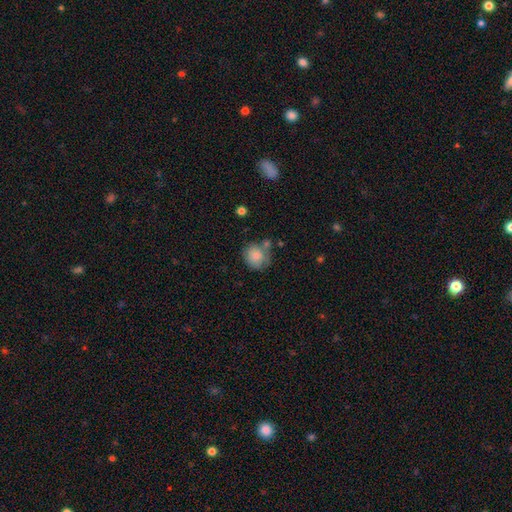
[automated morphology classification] The model was most divided on "merging": none: 62%, minor disturbance: 20%, merger: 13%, major disturbance: 6%. More confident: how rounded — round (82%); smooth or featured — smooth (81%).